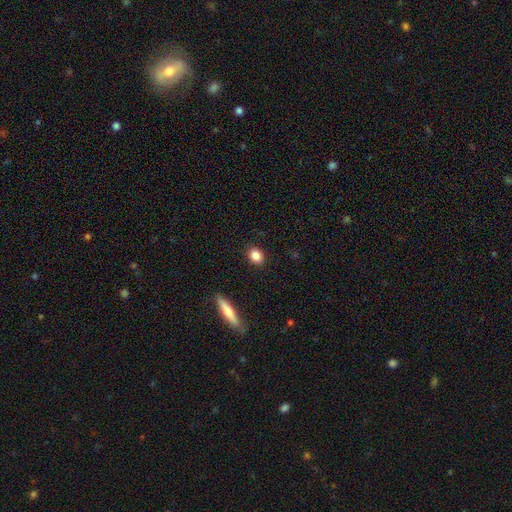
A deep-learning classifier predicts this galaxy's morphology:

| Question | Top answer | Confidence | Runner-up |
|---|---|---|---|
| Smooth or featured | smooth | 85% | star or artifact (9%) |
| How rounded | round | 49% | in between (48%) |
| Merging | none | 90% | minor disturbance (7%) |